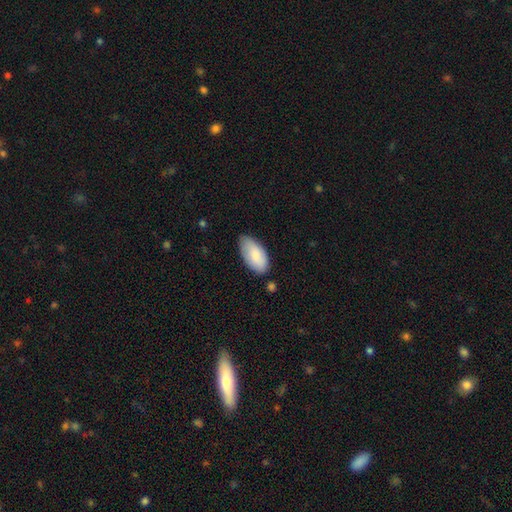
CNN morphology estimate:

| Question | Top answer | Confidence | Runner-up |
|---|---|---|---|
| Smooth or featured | smooth | 82% | featured or disk (12%) |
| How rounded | in between | 95% | cigar-shaped (3%) |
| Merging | none | 73% | minor disturbance (21%) |